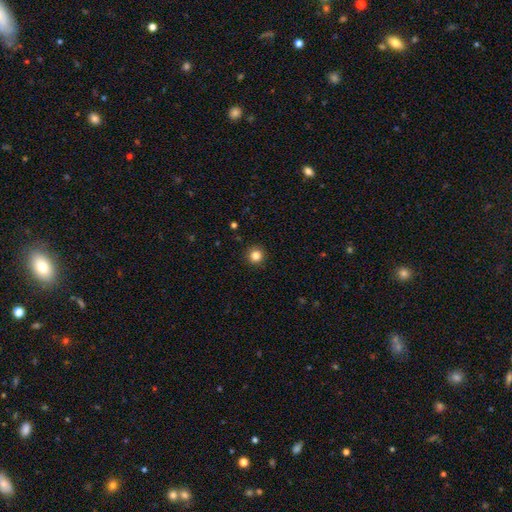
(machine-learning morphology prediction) Overall: smooth (84%). How rounded: round (95%). Merging: none (93%).